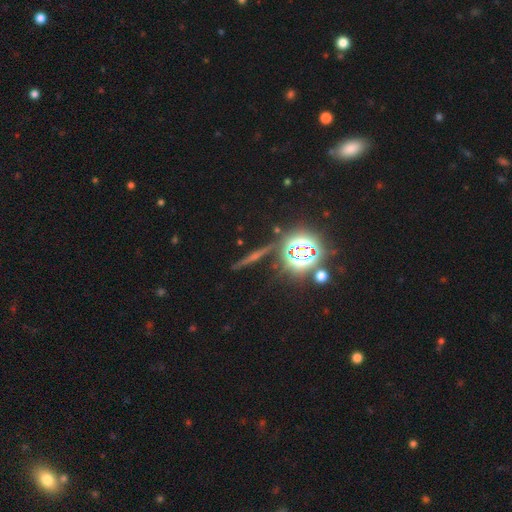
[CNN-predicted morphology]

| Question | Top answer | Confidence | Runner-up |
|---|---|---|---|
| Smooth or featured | star or artifact | 42% | featured or disk (41%) |